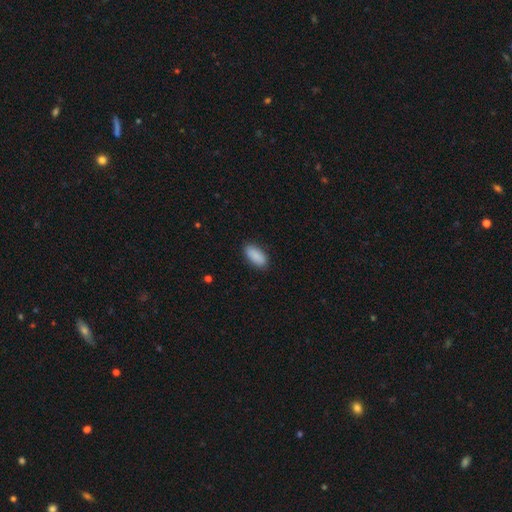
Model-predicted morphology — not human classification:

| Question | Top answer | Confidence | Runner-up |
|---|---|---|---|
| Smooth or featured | smooth | 90% | star or artifact (6%) |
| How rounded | in between | 91% | cigar-shaped (7%) |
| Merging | none | 87% | minor disturbance (10%) |